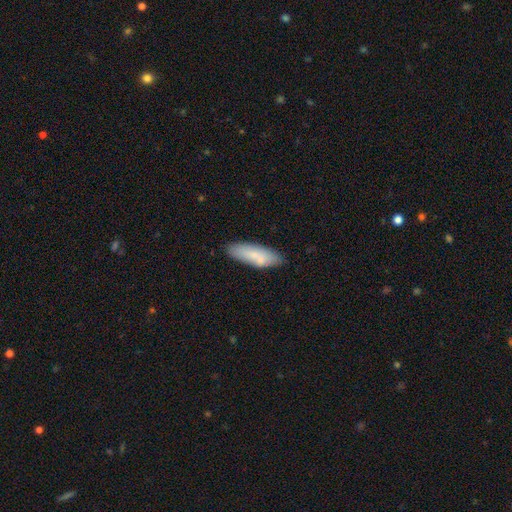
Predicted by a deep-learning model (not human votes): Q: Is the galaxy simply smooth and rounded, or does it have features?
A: smooth — 77%.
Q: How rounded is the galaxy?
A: in between — 59%.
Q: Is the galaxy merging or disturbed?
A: none — 76%.